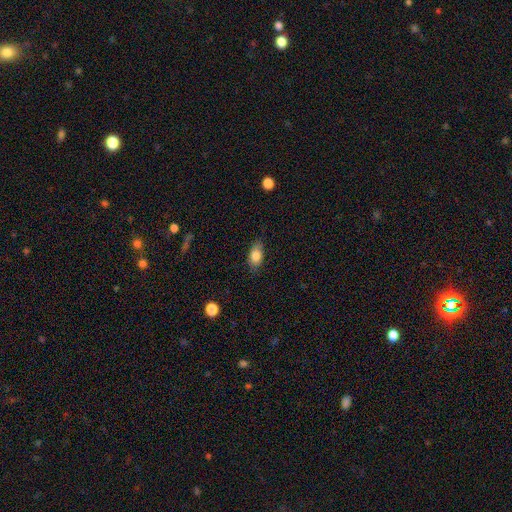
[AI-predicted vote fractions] This appears to be a smooth galaxy with no disk features (82%) that is in between round and cigar-shaped (87%). Merging: none (78%).